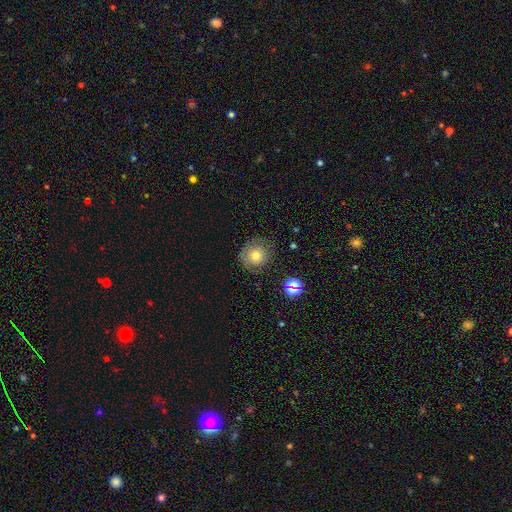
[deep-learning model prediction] smooth 63%, featured or disk 24%, star or artifact 13%. Down the decision tree: how rounded — round (86%); merging — none (73%).